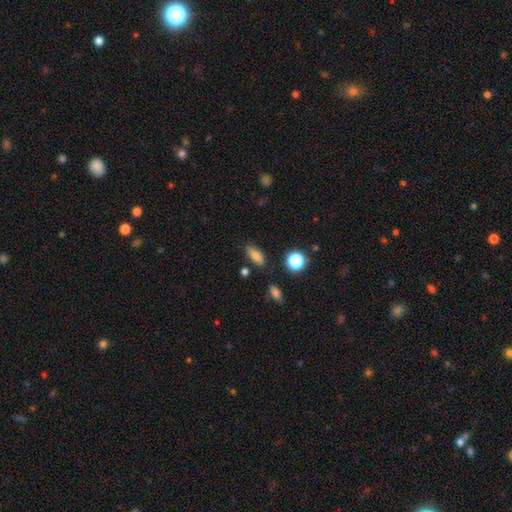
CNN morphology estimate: A smooth galaxy with no disk features (79%) that is in between round and cigar-shaped (78%).

Vote fractions:
- Smooth or featured? smooth: 79% / star or artifact: 12% / featured or disk: 9%
- How rounded? in between: 78% / cigar-shaped: 16% / round: 7%
- Merging? none: 82% / minor disturbance: 12% / merger: 4% / major disturbance: 3%